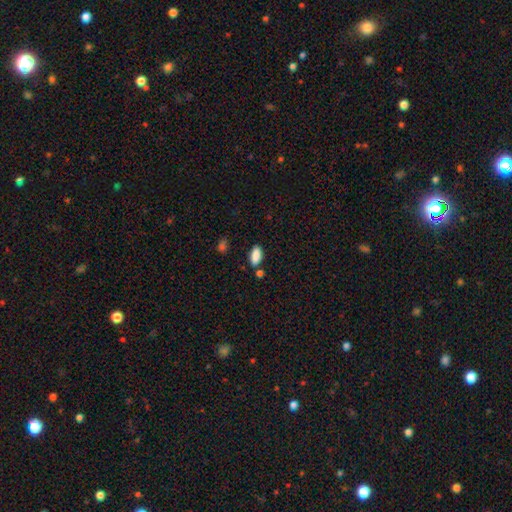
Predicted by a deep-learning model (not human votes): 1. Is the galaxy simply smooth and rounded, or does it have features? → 88% smooth, 8% star or artifact, 5% featured or disk.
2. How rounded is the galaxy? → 87% in between, 10% cigar-shaped, 3% round.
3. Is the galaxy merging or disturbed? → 76% none, 13% minor disturbance, 8% merger, 3% major disturbance.